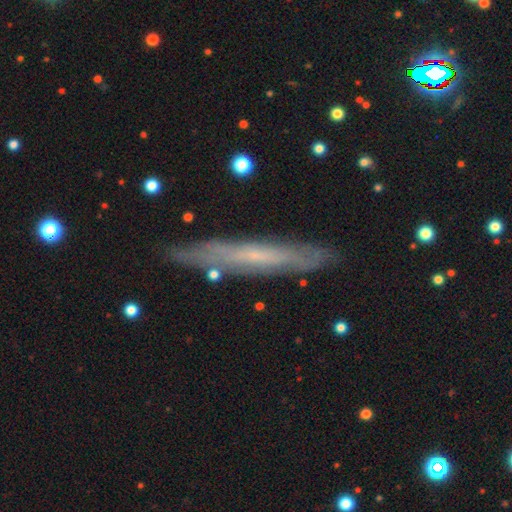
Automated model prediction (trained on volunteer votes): A featured or disk galaxy (59%) viewed edge-on (80%). Merging: none (84%).